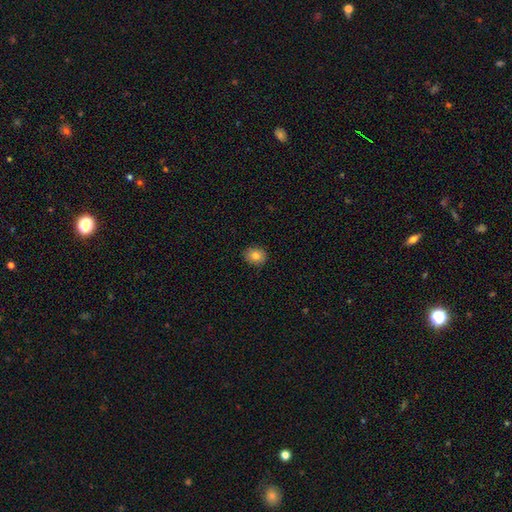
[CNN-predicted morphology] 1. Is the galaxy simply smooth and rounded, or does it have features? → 82% smooth, 10% star or artifact, 8% featured or disk.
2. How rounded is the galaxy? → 62% round, 37% in between, 1% cigar-shaped.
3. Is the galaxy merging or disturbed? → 89% none, 9% minor disturbance, 2% major disturbance, 1% merger.